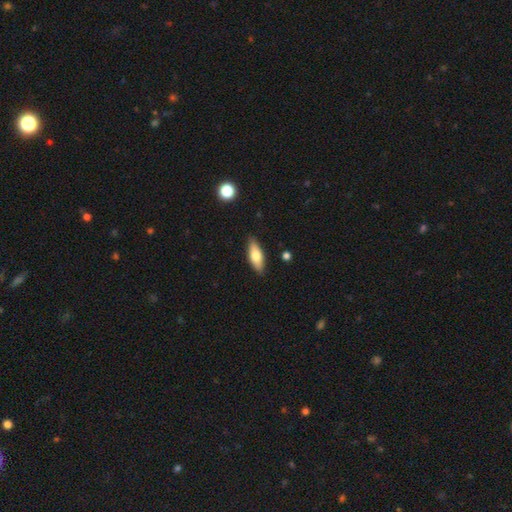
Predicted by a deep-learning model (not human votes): Smooth or featured? smooth (69%)
How rounded? in between (66%)
Merging? none (86%)